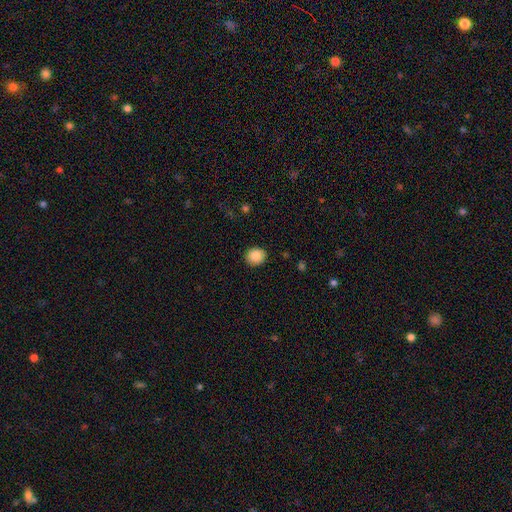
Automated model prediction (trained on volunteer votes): Smooth or featured: smooth — 87% (star or artifact — 8%)
How rounded: round — 75% (in between — 24%)
Merging: none — 90% (minor disturbance — 7%)